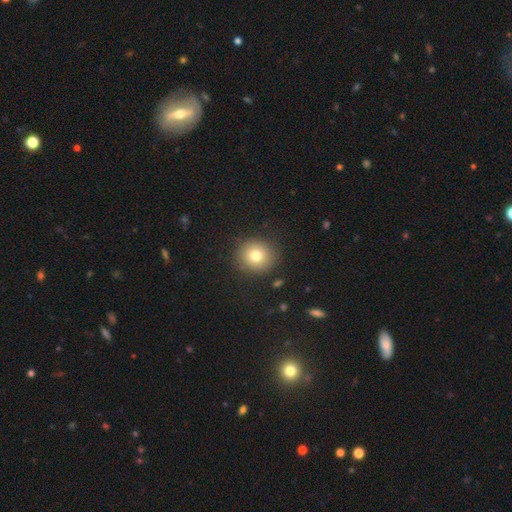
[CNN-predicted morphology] This appears to be a smooth galaxy with no disk features (77%) that is round (88%). Merging: none (87%).